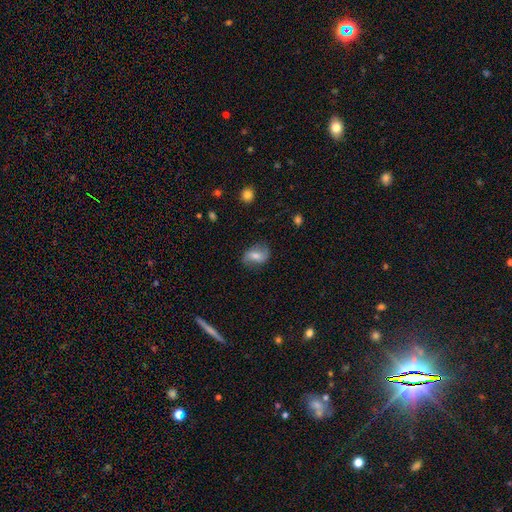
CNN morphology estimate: Q: Smooth or featured?
A: smooth (64%); runner-up: featured or disk (28%)
Q: How rounded?
A: in between (79%); runner-up: round (19%)
Q: Merging?
A: none (72%); runner-up: minor disturbance (20%)